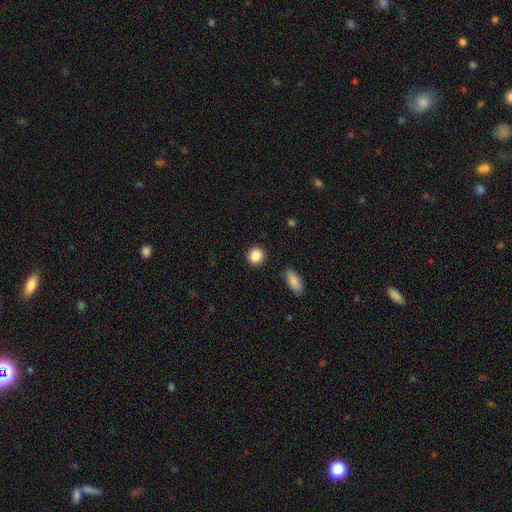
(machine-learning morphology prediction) smooth 87%, star or artifact 9%, featured or disk 5%. Down the decision tree: how rounded — round (86%); merging — none (91%).